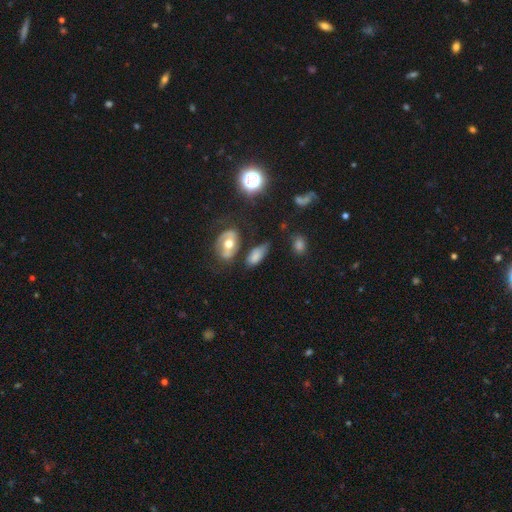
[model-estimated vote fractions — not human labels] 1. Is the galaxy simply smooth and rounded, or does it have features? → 66% smooth, 23% featured or disk, 12% star or artifact.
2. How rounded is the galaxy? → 85% in between, 8% round, 7% cigar-shaped.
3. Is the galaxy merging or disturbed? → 54% none, 27% minor disturbance, 11% major disturbance, 9% merger.